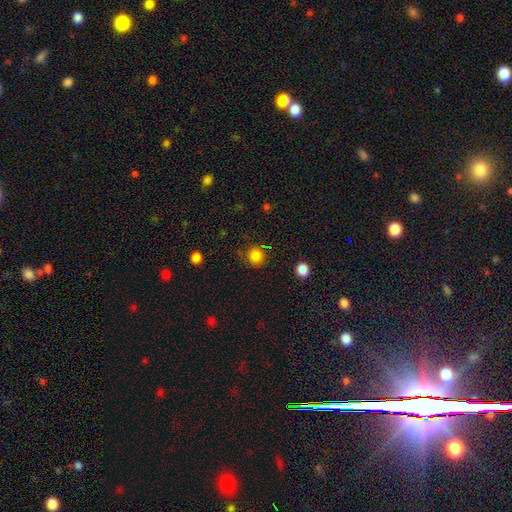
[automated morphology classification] Smooth or featured? Predicted: smooth (p=0.84). How rounded? Predicted: round (p=0.88). Merging? Predicted: none (p=0.84).